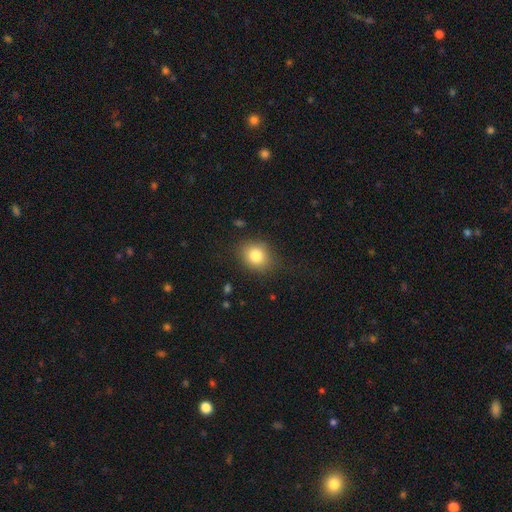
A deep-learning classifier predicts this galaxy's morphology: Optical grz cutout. It shows a smooth galaxy with no disk features (82%) that is round (56%). Merging: none (81%).